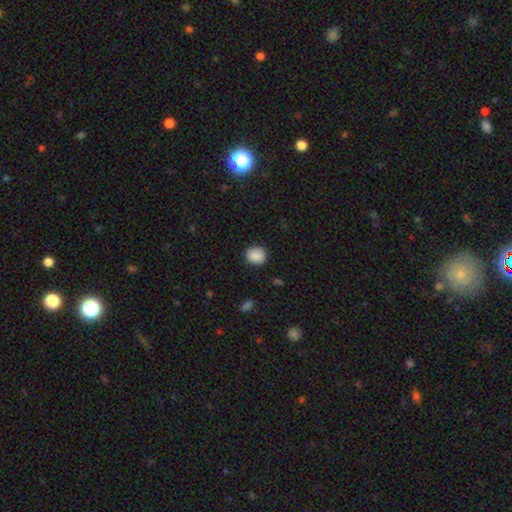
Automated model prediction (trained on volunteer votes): The model was most divided on "how rounded": round: 77%, in between: 22%, cigar-shaped: 1%. More confident: smooth or featured — smooth (88%); merging — none (88%).